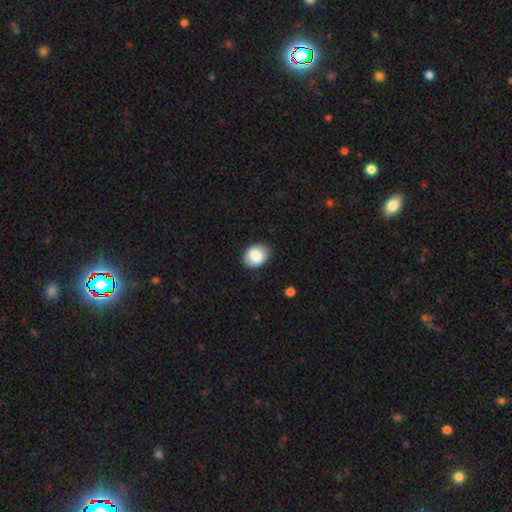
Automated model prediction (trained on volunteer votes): A smooth galaxy with no disk features (87%) that is in between round and cigar-shaped (52%). Merging: none (85%).